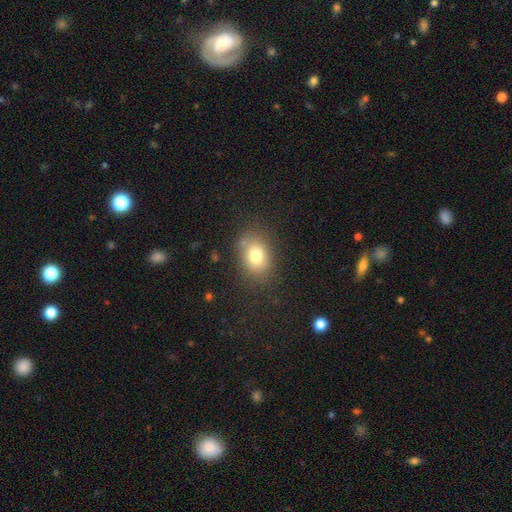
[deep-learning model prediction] A smooth galaxy with no disk features (77%) that is in between round and cigar-shaped (64%).

Vote fractions:
- Smooth or featured? smooth: 77% / featured or disk: 12% / star or artifact: 11%
- How rounded? in between: 64% / round: 35% / cigar-shaped: 1%
- Merging? none: 79% / minor disturbance: 14% / major disturbance: 5% / merger: 2%